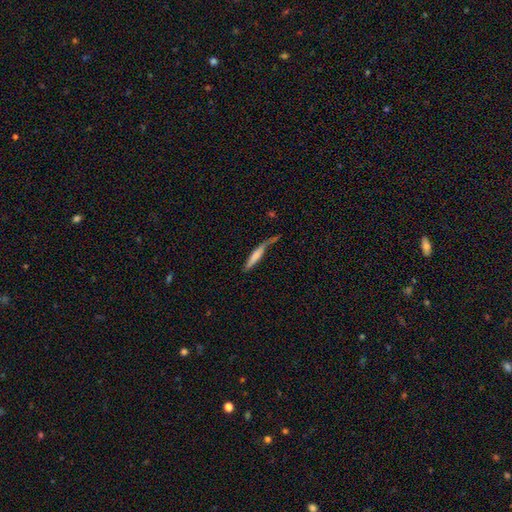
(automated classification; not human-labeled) smooth 62%, featured or disk 31%, star or artifact 6%. Down the decision tree: how rounded — cigar-shaped (88%); merging — none (37%).